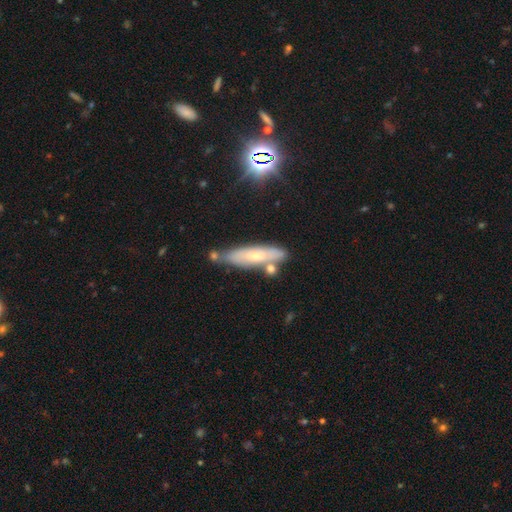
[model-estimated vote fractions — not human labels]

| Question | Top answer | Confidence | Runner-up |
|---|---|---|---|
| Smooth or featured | smooth | 50% | featured or disk (41%) |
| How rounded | cigar-shaped | 69% | in between (29%) |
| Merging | none | 67% | minor disturbance (17%) |